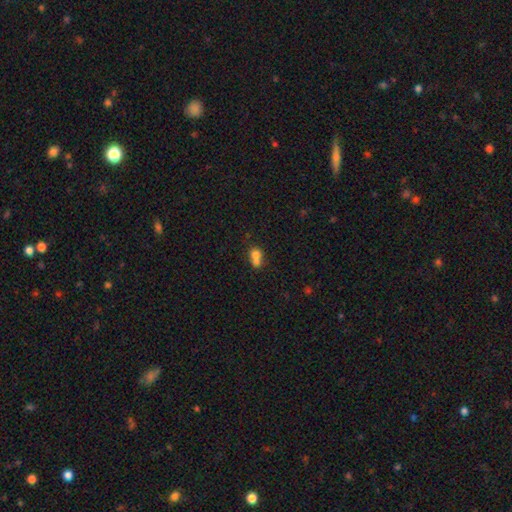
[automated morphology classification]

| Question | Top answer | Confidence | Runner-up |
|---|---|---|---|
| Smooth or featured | smooth | 72% | featured or disk (16%) |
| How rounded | round | 60% | in between (38%) |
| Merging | merger | 64% | none (25%) |